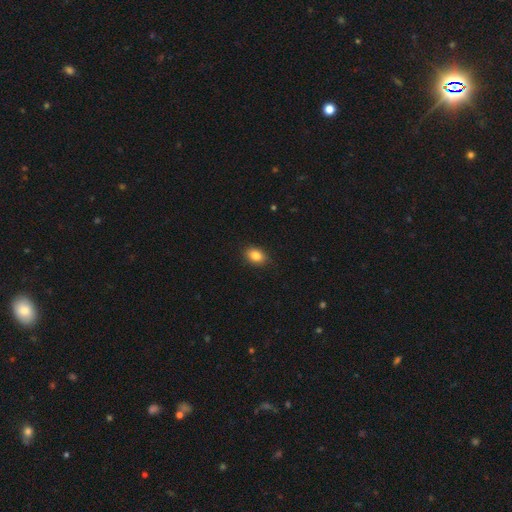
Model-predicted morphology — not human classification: type=smooth (84%); roundness=in between (74%); merging=none (87%).